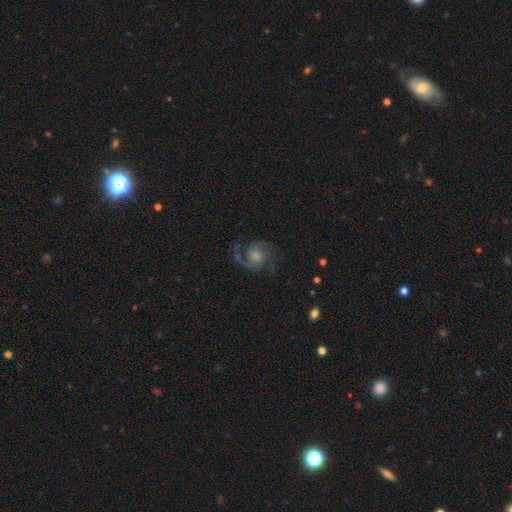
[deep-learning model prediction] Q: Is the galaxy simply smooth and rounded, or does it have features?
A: featured or disk — 80%.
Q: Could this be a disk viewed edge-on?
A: no — 98%.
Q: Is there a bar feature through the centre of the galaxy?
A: no — 69%.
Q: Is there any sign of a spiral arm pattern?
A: yes — 97%.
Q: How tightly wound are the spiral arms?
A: medium — 53%.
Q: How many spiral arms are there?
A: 2 — 80%.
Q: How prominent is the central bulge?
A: moderate — 44%.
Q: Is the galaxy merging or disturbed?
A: none — 73%.